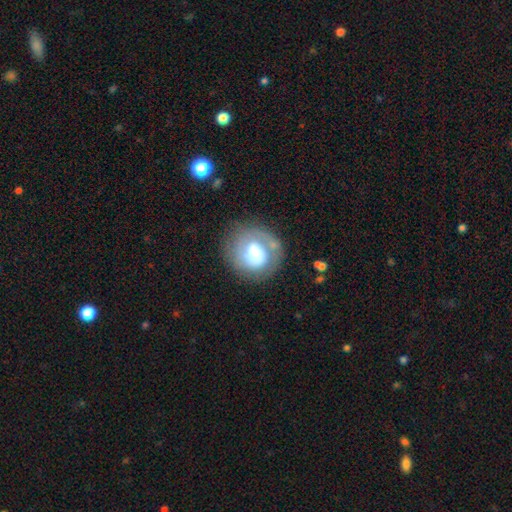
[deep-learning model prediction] Smooth or featured: featured or disk — 47% (smooth — 46%)
Merging: none — 69% (minor disturbance — 17%)